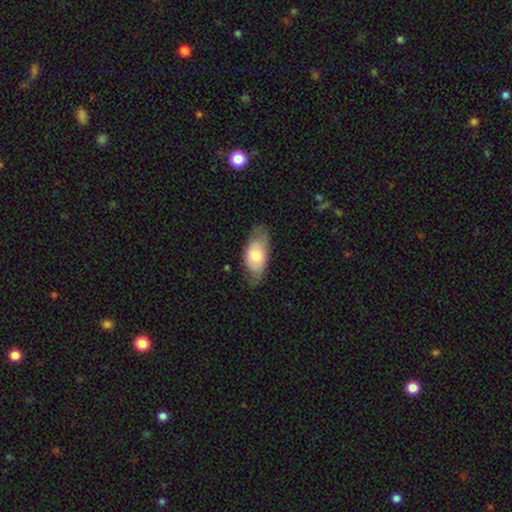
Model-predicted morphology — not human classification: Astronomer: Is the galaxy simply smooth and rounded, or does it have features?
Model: smooth — 67%.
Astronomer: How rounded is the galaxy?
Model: in between — 91%.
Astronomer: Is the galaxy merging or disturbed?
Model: none — 63%.